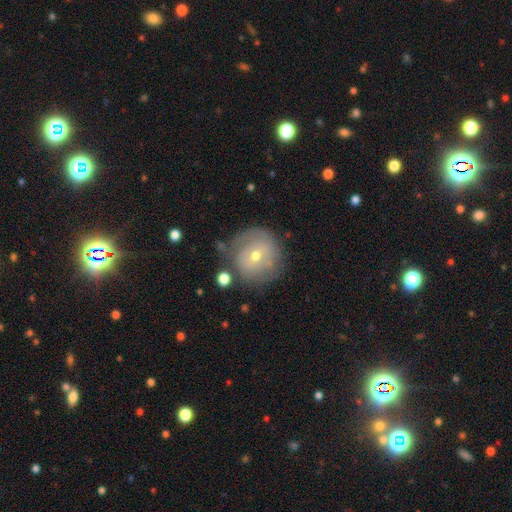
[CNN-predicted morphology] This appears to be a featured or disk galaxy (54%) with no bar (57%), spiral arms (60%) and a small central bulge (50%). Merging: none (69%).